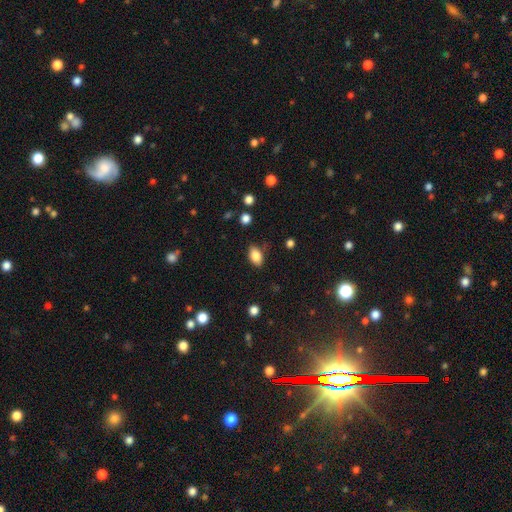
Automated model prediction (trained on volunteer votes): Smooth or featured? Predicted: smooth (p=0.84). How rounded? Predicted: in between (p=0.88). Merging? Predicted: none (p=0.76).